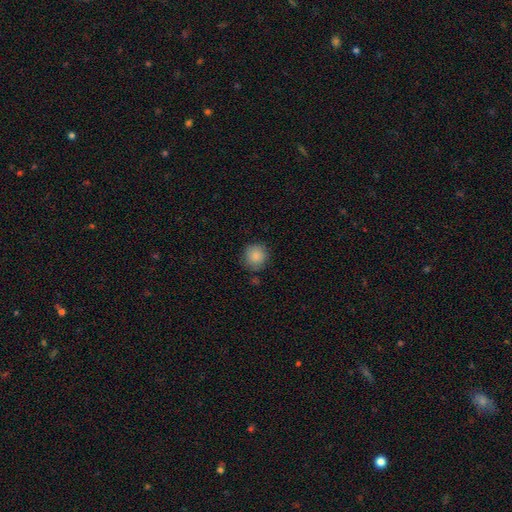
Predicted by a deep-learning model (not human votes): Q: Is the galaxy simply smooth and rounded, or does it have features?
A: smooth — 87%.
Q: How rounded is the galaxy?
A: round — 92%.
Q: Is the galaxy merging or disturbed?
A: none — 84%.